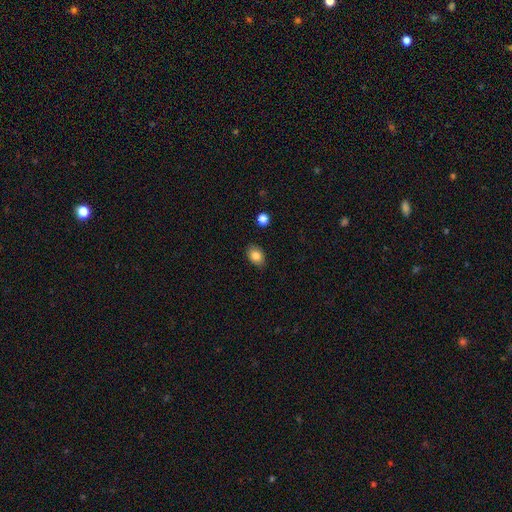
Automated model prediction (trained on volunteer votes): A smooth galaxy with no disk features (85%) that is in between round and cigar-shaped (76%). Merging: none (83%).